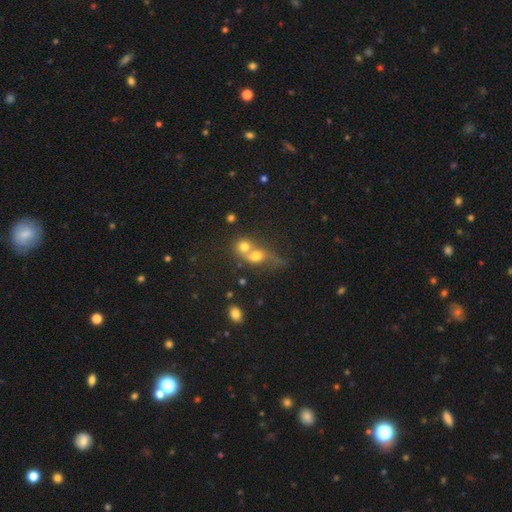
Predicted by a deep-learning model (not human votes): Morphology: type=smooth (65%); roundness=round (58%); merging=merger (70%).